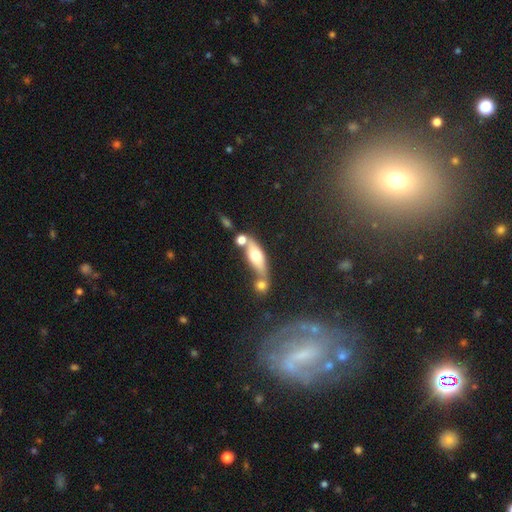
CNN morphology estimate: smooth 55%, featured or disk 36%, star or artifact 9%. Down the decision tree: how rounded — in between (57%); merging — none (43%).